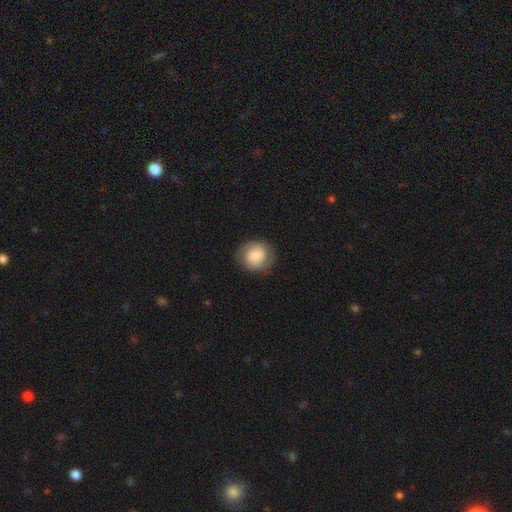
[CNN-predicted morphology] Q: Smooth or featured?
A: smooth (59%); runner-up: featured or disk (34%)
Q: How rounded?
A: round (80%); runner-up: in between (19%)
Q: Merging?
A: none (80%); runner-up: minor disturbance (14%)